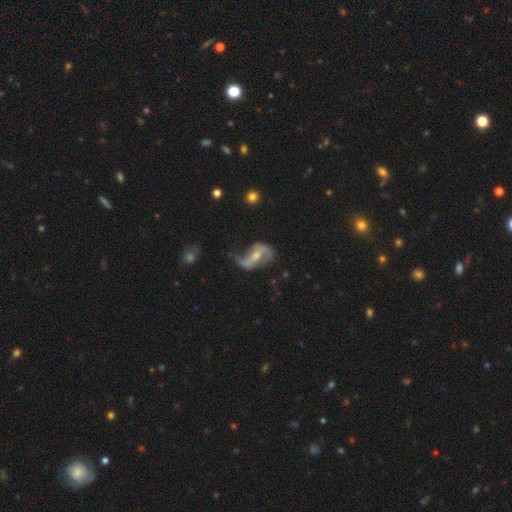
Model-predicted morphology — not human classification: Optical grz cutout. It shows a featured or disk galaxy (85%) with a strong bar (45%), 2 (88%) loose (75%) spiral arms (92%) and a moderate central bulge (46%, tied with small). Merging: none (50%).